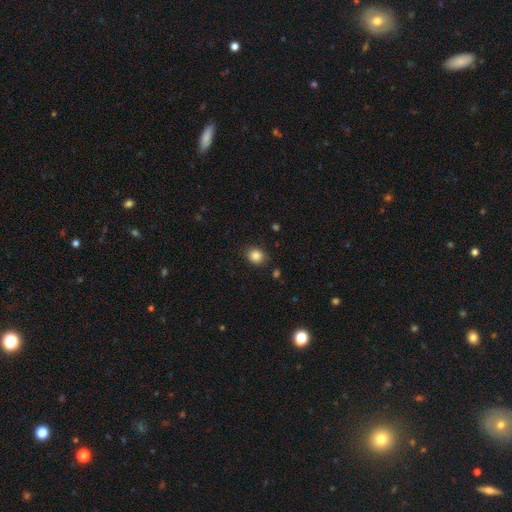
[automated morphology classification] This is clearly a smooth galaxy (86%). How rounded: likely round (67%). Merging: clearly none (85%).